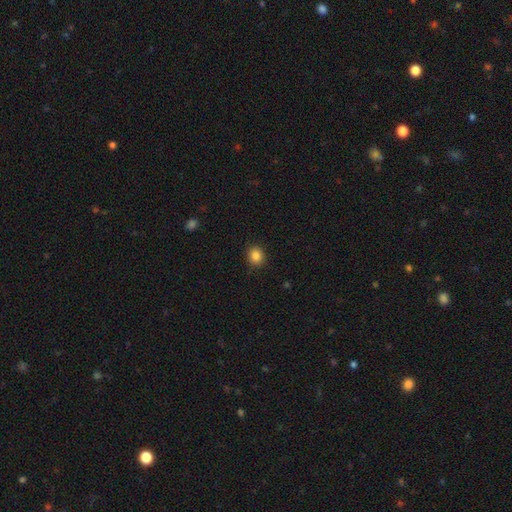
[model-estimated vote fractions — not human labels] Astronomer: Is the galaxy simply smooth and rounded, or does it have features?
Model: smooth — 85%.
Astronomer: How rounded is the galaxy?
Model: round — 72%.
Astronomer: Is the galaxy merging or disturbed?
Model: none — 90%.